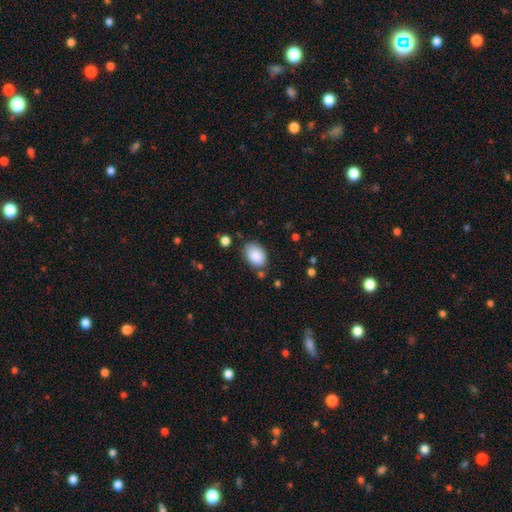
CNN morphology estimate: Smooth or featured? Predicted: smooth (p=0.88). How rounded? Predicted: in between (p=0.88). Merging? Predicted: none (p=0.77).